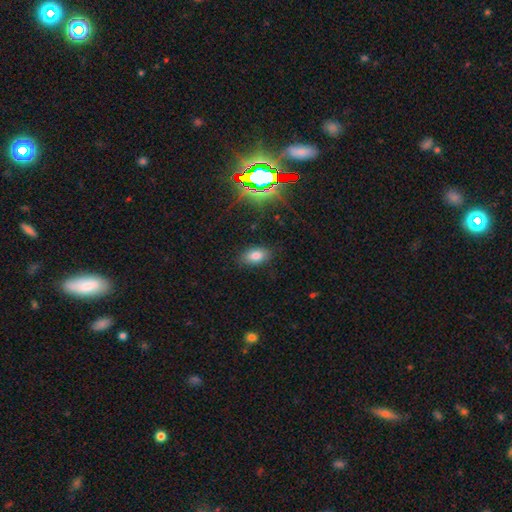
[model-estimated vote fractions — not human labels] The model was most divided on "smooth or featured": smooth: 74%, star or artifact: 17%, featured or disk: 9%. More confident: how rounded — in between (90%); merging — none (85%).